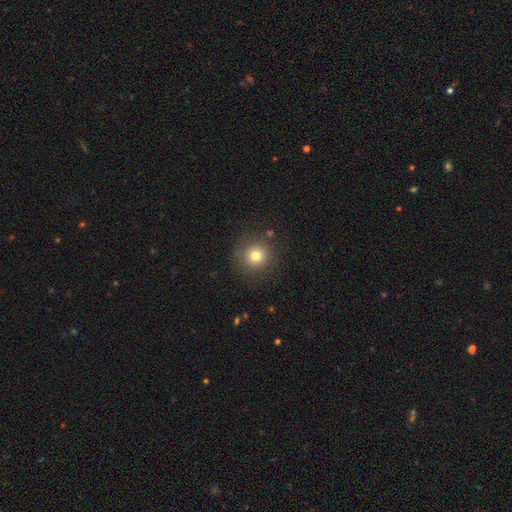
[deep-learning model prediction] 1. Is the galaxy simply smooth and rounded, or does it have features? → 76% smooth, 14% star or artifact, 10% featured or disk.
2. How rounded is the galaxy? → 93% round, 6% in between, 1% cigar-shaped.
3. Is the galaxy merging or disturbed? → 86% none, 8% minor disturbance, 4% major disturbance, 2% merger.